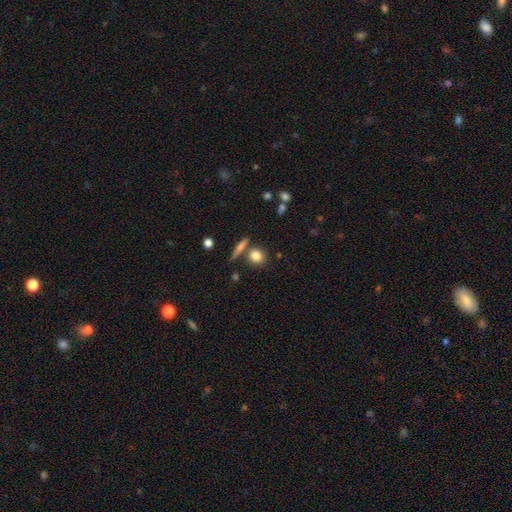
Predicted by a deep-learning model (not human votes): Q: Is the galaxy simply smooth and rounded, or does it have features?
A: smooth — 82%.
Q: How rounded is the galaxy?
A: round — 76%.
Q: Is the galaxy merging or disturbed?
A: none — 72%.